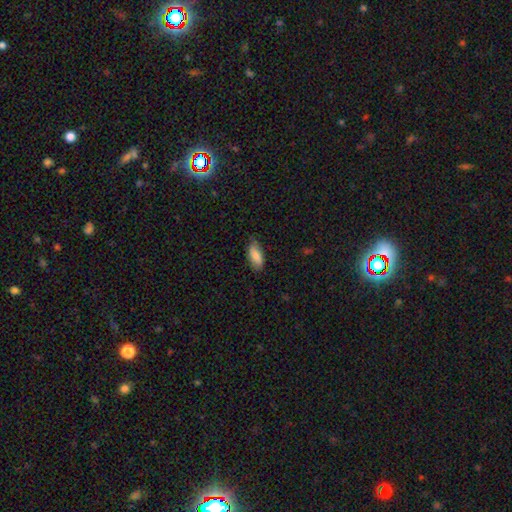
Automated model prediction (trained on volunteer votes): A smooth galaxy with no disk features (83%) that is in between round and cigar-shaped (82%).

Vote fractions:
- Smooth or featured? smooth: 83% / featured or disk: 11% / star or artifact: 6%
- How rounded? in between: 82% / cigar-shaped: 16% / round: 2%
- Merging? none: 72% / minor disturbance: 24% / major disturbance: 4% / merger: 1%